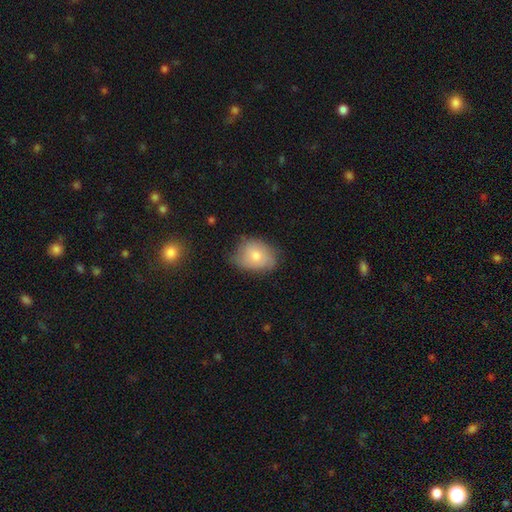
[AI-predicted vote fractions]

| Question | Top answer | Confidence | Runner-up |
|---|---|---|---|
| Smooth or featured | smooth | 70% | featured or disk (23%) |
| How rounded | in between | 63% | round (35%) |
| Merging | none | 56% | minor disturbance (35%) |